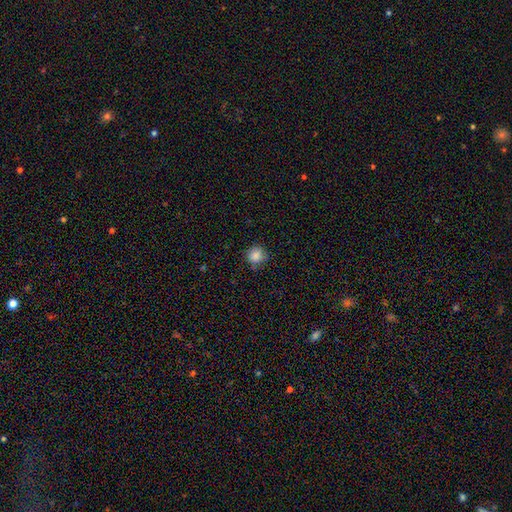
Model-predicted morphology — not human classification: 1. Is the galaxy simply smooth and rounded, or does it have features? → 85% smooth, 10% star or artifact, 4% featured or disk.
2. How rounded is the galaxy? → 90% round, 9% in between, 1% cigar-shaped.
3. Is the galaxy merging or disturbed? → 81% none, 15% minor disturbance, 3% major disturbance, 2% merger.